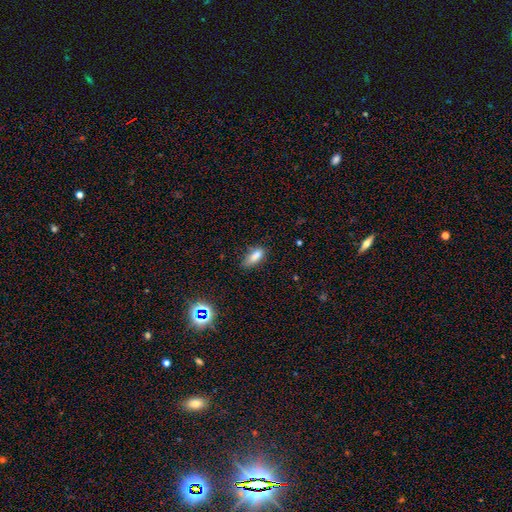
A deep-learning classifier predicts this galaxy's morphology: smooth-or-featured: smooth: 80% | star or artifact: 11% | featured or disk: 9%
  how-rounded: in between: 73% | cigar-shaped: 23% | round: 3%
  merging: none: 58% | minor disturbance: 28% | major disturbance: 9% | merger: 5%